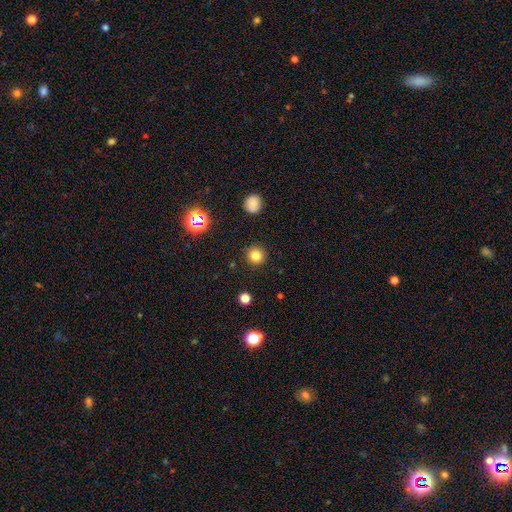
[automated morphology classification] A smooth galaxy with no disk features (80%) that is round (95%).

Vote fractions:
- Smooth or featured? smooth: 80% / star or artifact: 15% / featured or disk: 5%
- How rounded? round: 95% / in between: 4% / cigar-shaped: 1%
- Merging? none: 91% / minor disturbance: 5% / major disturbance: 2% / merger: 1%